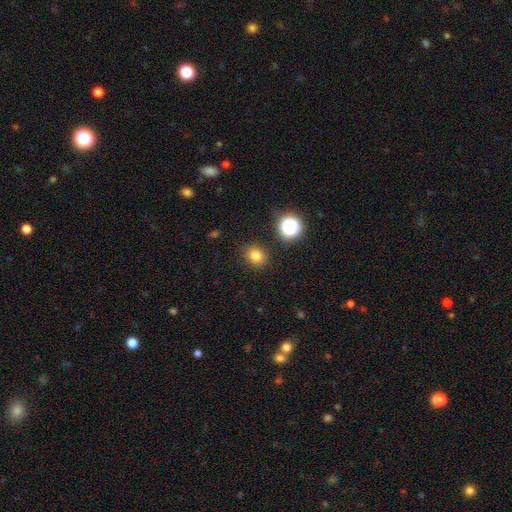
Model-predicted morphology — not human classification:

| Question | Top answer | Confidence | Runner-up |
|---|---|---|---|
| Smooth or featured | smooth | 79% | star or artifact (15%) |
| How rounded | round | 65% | in between (34%) |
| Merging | none | 87% | minor disturbance (9%) |